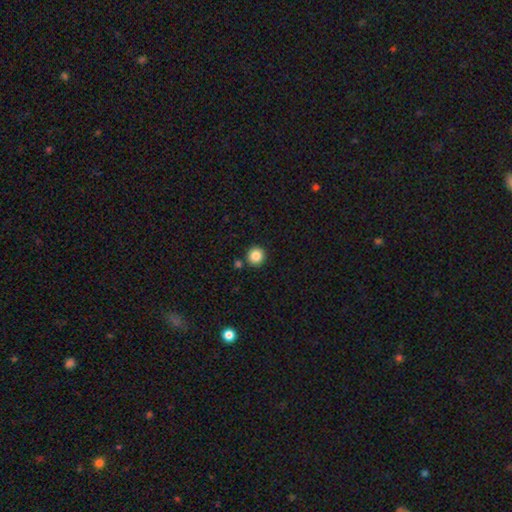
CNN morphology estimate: This is clearly a smooth galaxy (87%). How rounded: clearly round (95%). Merging: clearly none (89%).